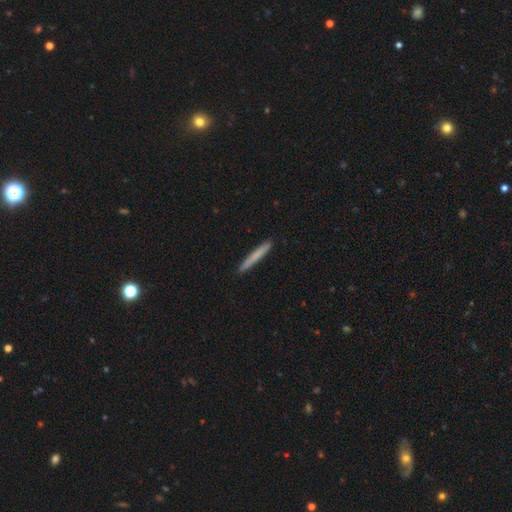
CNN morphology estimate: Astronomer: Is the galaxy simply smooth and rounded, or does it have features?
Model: smooth — 75%.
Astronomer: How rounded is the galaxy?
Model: cigar-shaped — 97%.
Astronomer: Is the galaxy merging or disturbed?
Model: none — 92%.